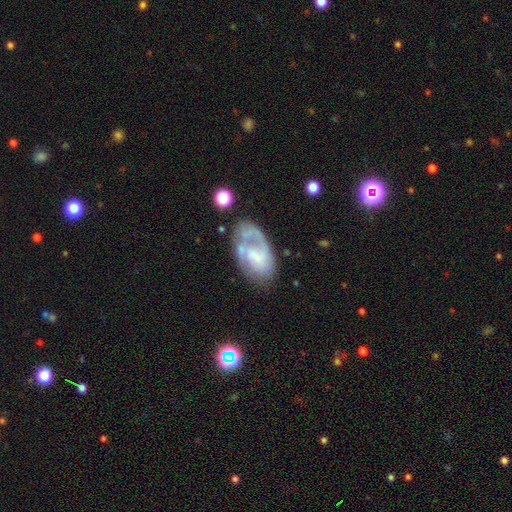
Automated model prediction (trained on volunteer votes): This is likely a featured or disk galaxy (64%). It is clearly not viewed edge-on (96%). Bar: likely no (61%). Spiral arm pattern: likely yes (70%). Central bulge: marginally none (37%). Merging: possibly none (46%).